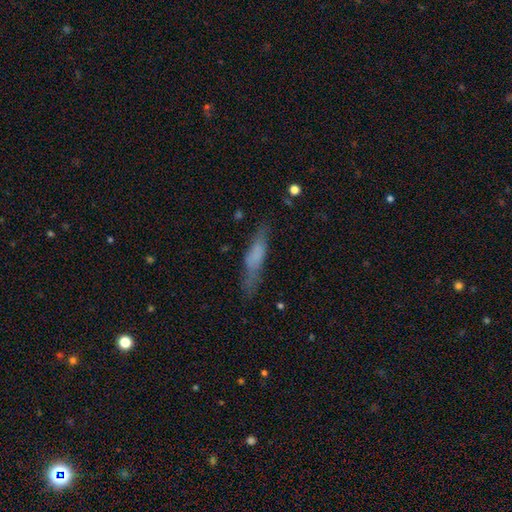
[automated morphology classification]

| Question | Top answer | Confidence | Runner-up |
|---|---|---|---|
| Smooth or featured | smooth | 58% | featured or disk (32%) |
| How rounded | cigar-shaped | 81% | in between (18%) |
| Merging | none | 66% | minor disturbance (22%) |